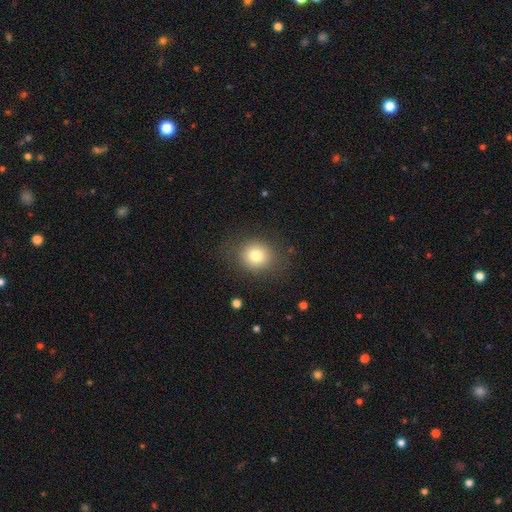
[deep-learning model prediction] Smooth or featured? Predicted: smooth (p=0.78). How rounded? Predicted: round (p=0.82). Merging? Predicted: none (p=0.82).